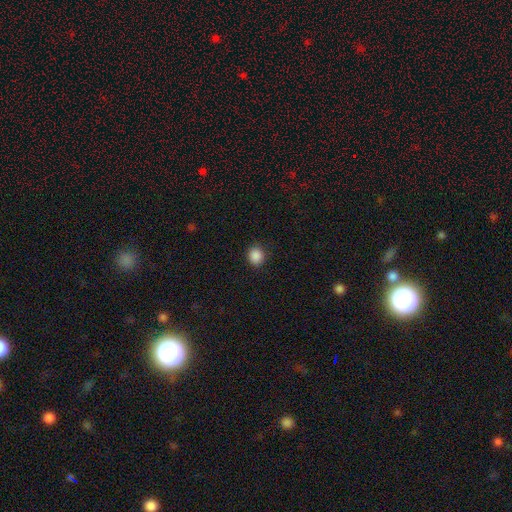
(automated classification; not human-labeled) This appears to be a smooth galaxy with no disk features (88%) that is round (81%). Merging: none (89%).